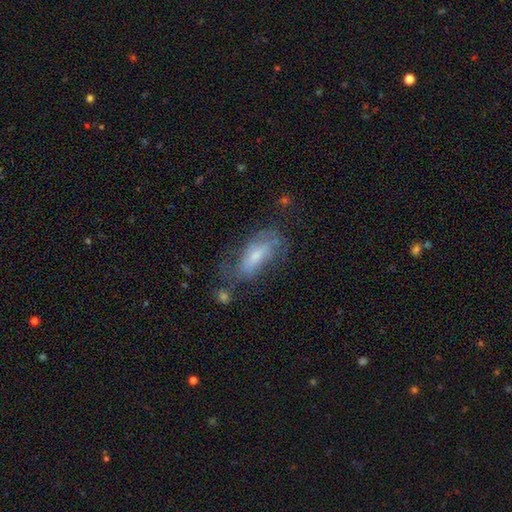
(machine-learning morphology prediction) The model was most divided on "smooth or featured": featured or disk: 48%, smooth: 43%, star or artifact: 9%. Remaining: merging — none (49%).